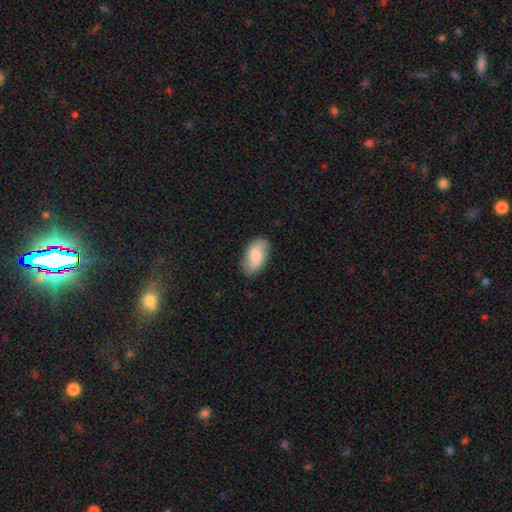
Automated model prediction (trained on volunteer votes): A smooth galaxy with no disk features (72%) that is in between round and cigar-shaped (94%). Merging: none (81%).